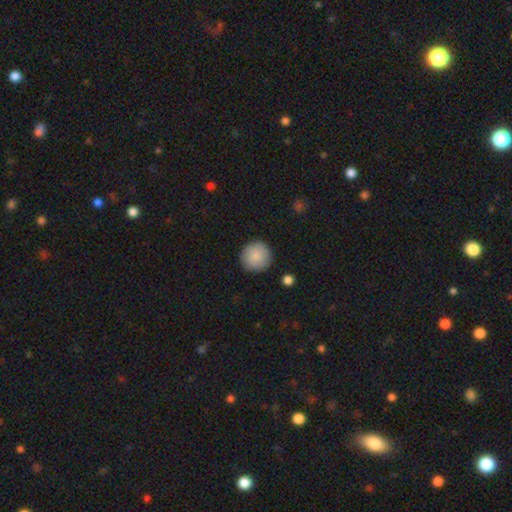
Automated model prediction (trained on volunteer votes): This appears to be a smooth galaxy with no disk features (88%) that is round (95%). Merging: none (90%).